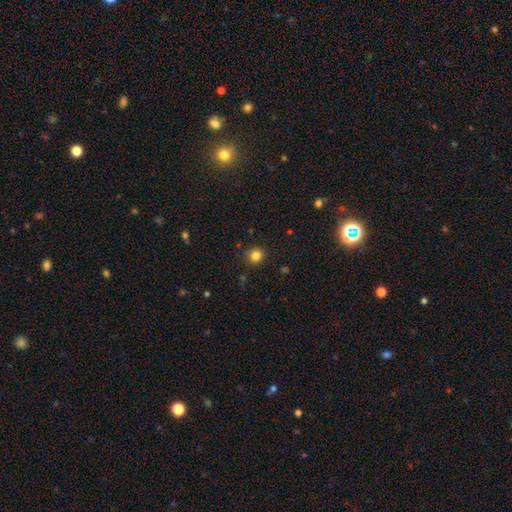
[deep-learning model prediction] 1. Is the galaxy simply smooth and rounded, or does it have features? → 82% smooth, 13% star or artifact, 5% featured or disk.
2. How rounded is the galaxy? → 88% round, 11% in between, 1% cigar-shaped.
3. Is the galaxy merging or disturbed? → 87% none, 9% minor disturbance, 2% major disturbance, 2% merger.